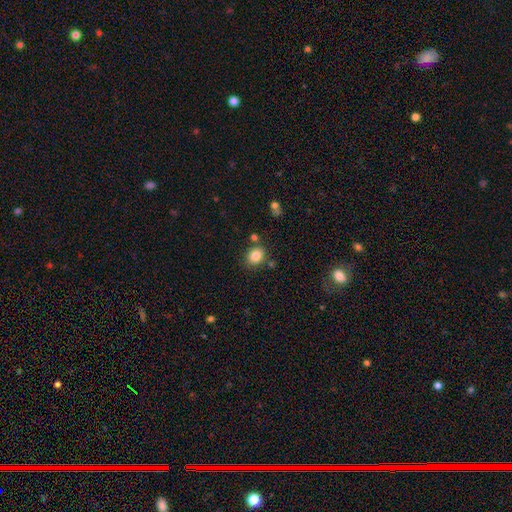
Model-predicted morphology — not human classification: A smooth galaxy with no disk features (83%) that is round (56%). Merging: none (77%).